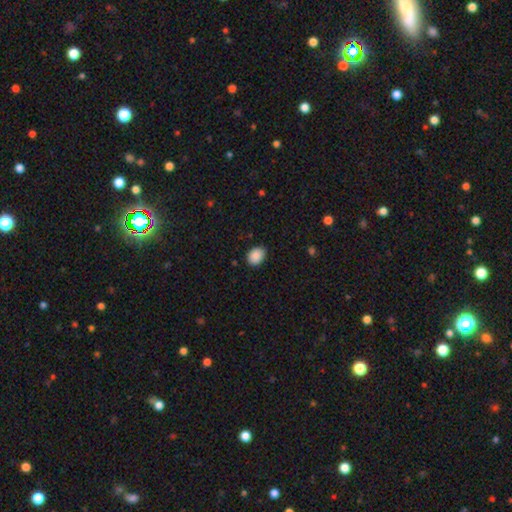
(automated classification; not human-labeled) smooth-or-featured: smooth: 89% | star or artifact: 8% | featured or disk: 3%
  how-rounded: in between: 68% | round: 31% | cigar-shaped: 1%
  merging: none: 85% | minor disturbance: 12% | major disturbance: 2% | merger: 1%